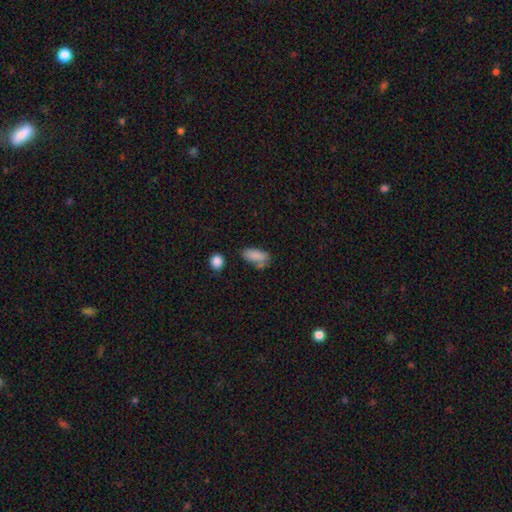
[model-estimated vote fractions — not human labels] Smooth or featured?
  - smooth: 85% *
  - star or artifact: 8%
  - featured or disk: 7%
How rounded?
  - in between: 84% *
  - cigar-shaped: 13%
  - round: 3%
Merging?
  - none: 59% *
  - minor disturbance: 23%
  - merger: 11%
  - major disturbance: 7%